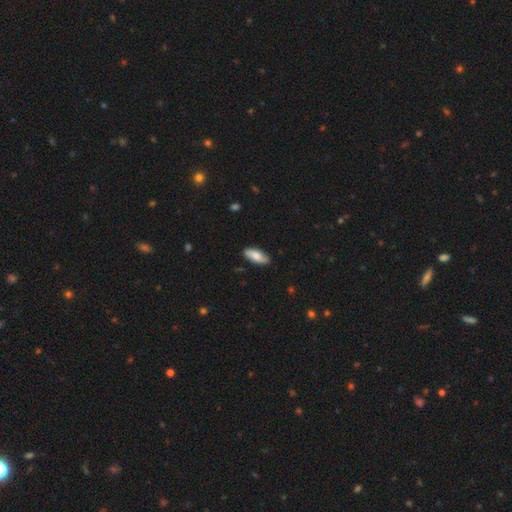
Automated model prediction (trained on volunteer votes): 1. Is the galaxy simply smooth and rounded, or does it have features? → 76% smooth, 18% featured or disk, 6% star or artifact.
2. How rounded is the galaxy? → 82% in between, 16% cigar-shaped, 2% round.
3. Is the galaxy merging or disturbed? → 87% none, 10% minor disturbance, 2% major disturbance, 1% merger.